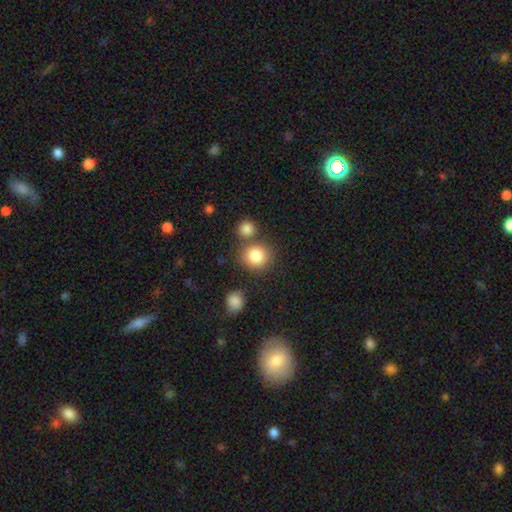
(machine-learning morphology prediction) Smooth or featured: smooth — 83% (star or artifact — 10%)
How rounded: round — 83% (in between — 16%)
Merging: none — 69% (merger — 18%)